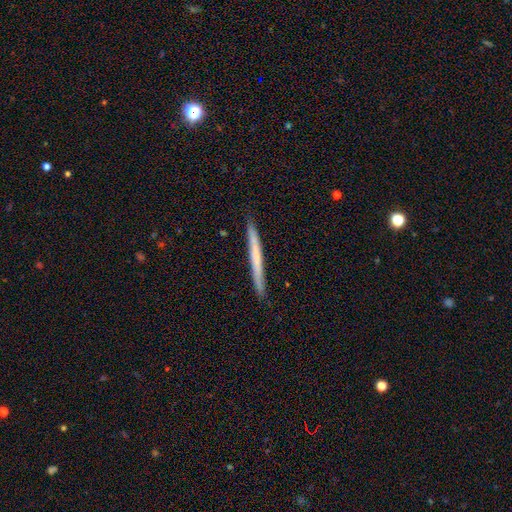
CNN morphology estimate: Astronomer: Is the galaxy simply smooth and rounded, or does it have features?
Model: smooth — 53% (runner-up: featured or disk, 42%).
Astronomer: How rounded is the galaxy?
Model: cigar-shaped — 97%.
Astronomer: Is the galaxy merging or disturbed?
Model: none — 90%.